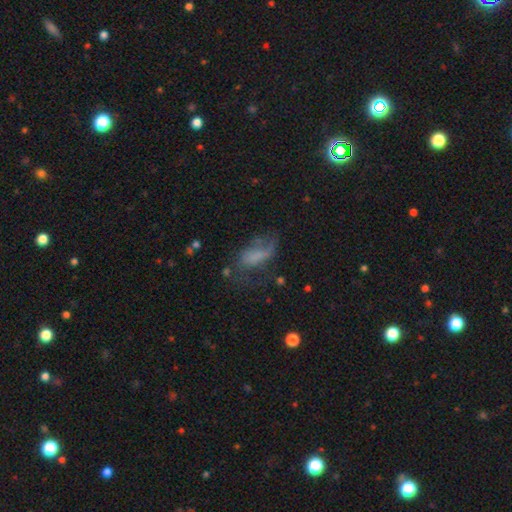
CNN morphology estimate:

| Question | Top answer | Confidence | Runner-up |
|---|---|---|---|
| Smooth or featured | smooth | 47% | featured or disk (38%) |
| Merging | major disturbance | 38% | none (32%) |